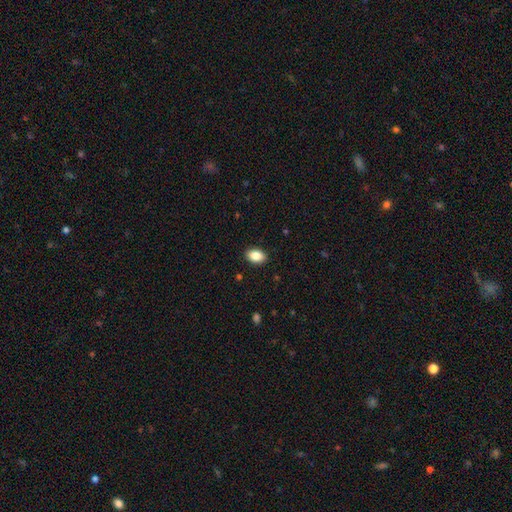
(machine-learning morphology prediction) Smooth or featured?
  - smooth: 87% *
  - star or artifact: 8%
  - featured or disk: 6%
How rounded?
  - in between: 88% *
  - round: 11%
  - cigar-shaped: 1%
Merging?
  - none: 90% *
  - minor disturbance: 8%
  - major disturbance: 2%
  - merger: 1%